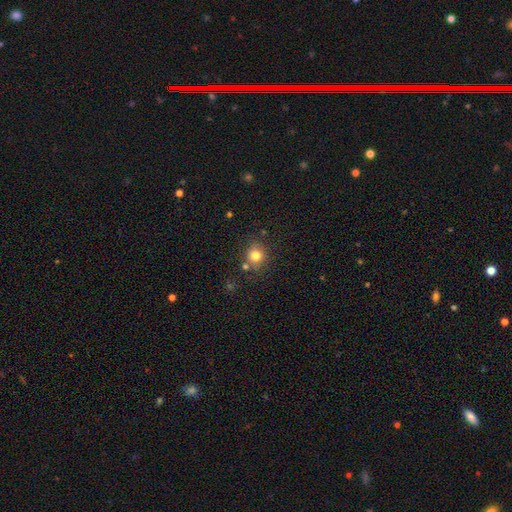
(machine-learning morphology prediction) The model was most divided on "merging": none: 76%, minor disturbance: 11%, merger: 9%, major disturbance: 3%. More confident: how rounded — round (84%); smooth or featured — smooth (79%).